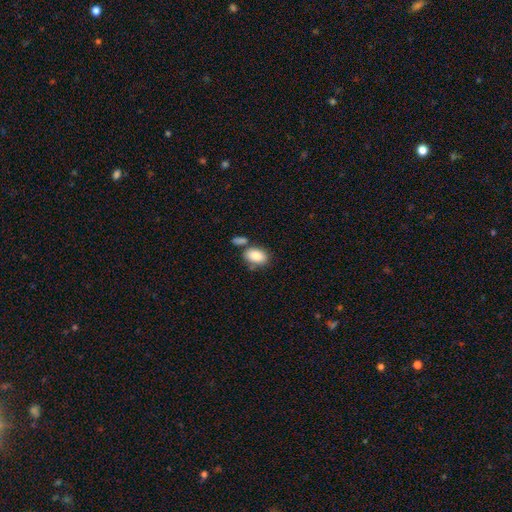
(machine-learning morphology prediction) Smooth or featured?
  - smooth: 84% *
  - featured or disk: 9%
  - star or artifact: 7%
How rounded?
  - in between: 83% *
  - round: 16%
  - cigar-shaped: 1%
Merging?
  - none: 63% *
  - merger: 19%
  - minor disturbance: 14%
  - major disturbance: 4%